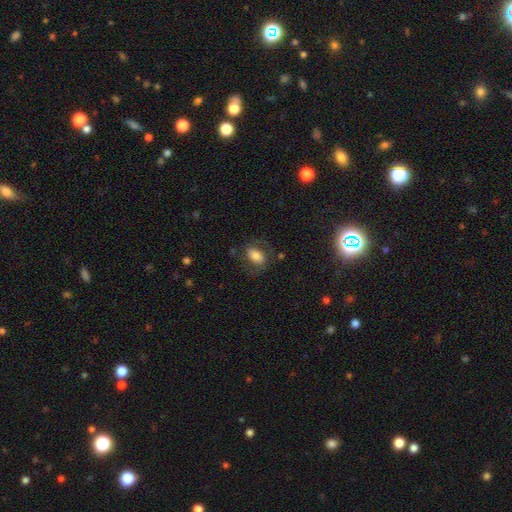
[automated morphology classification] Overall: smooth (65%; featured or disk 26%). How rounded: in between (86%). Merging: none (66%).